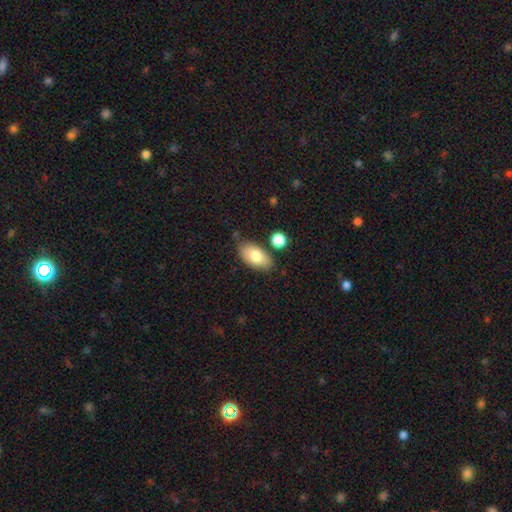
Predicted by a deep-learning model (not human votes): A smooth galaxy with no disk features (79%) that is in between round and cigar-shaped (93%). Merging: none (75%).